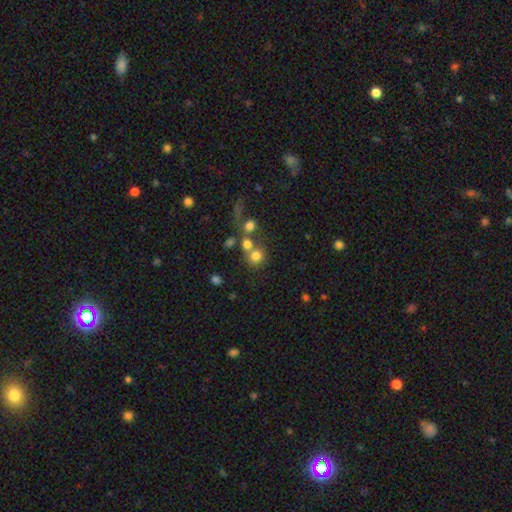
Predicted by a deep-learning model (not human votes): Smooth or featured?
  - smooth: 73% *
  - star or artifact: 15%
  - featured or disk: 12%
How rounded?
  - round: 82% *
  - in between: 17%
  - cigar-shaped: 1%
Merging?
  - none: 44% *
  - merger: 39%
  - minor disturbance: 9%
  - major disturbance: 8%